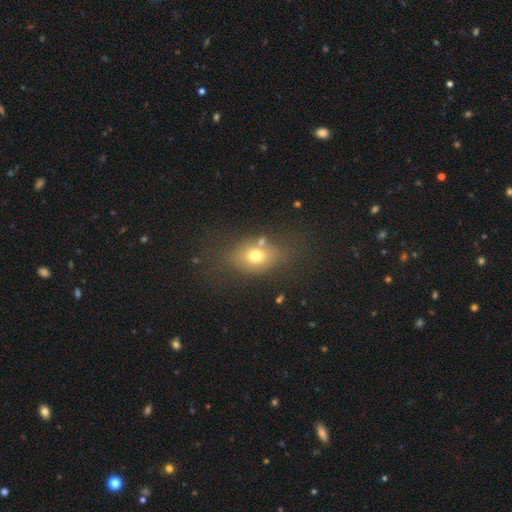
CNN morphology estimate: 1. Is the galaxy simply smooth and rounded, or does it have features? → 68% smooth, 18% featured or disk, 14% star or artifact.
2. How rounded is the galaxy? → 69% in between, 29% round, 2% cigar-shaped.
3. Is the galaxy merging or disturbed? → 61% none, 18% minor disturbance, 12% merger, 10% major disturbance.